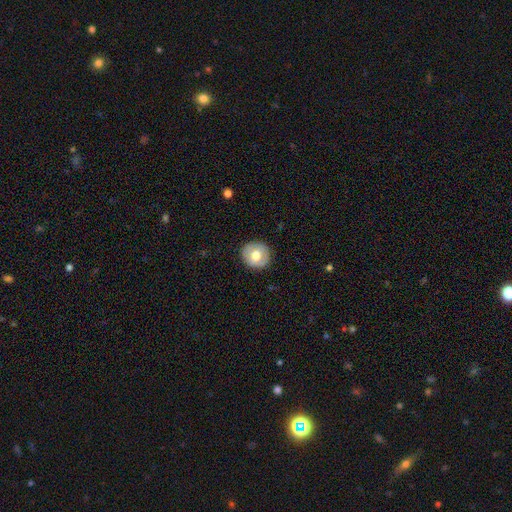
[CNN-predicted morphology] type=smooth (64%); roundness=round (89%); merging=none (88%).